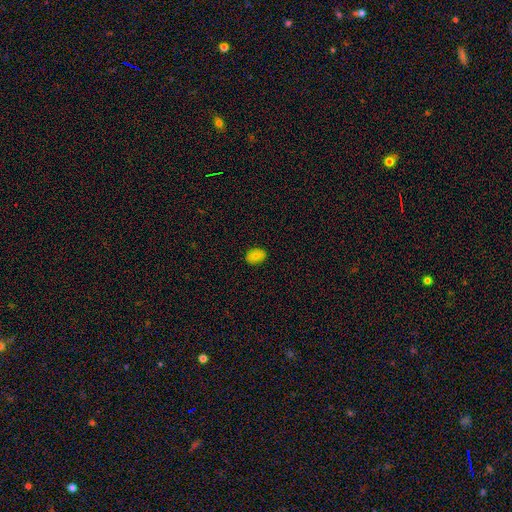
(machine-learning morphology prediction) This is clearly a smooth galaxy (81%). How rounded: likely in between (70%). Merging: clearly none (86%).